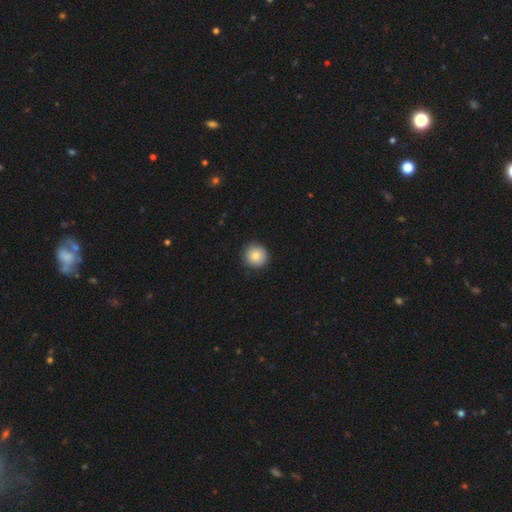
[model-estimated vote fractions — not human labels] This appears to be a smooth galaxy with no disk features (83%) that is round (94%). Merging: none (89%).